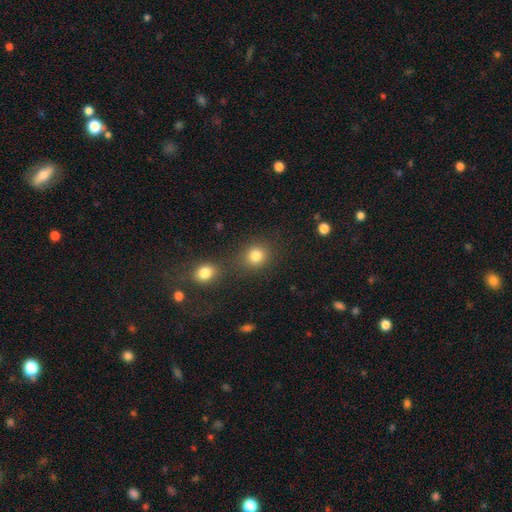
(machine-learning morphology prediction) A smooth galaxy with no disk features (82%) that is round (81%).

Vote fractions:
- Smooth or featured? smooth: 82% / star or artifact: 13% / featured or disk: 6%
- How rounded? round: 81% / in between: 18% / cigar-shaped: 1%
- Merging? none: 71% / merger: 17% / minor disturbance: 9% / major disturbance: 4%